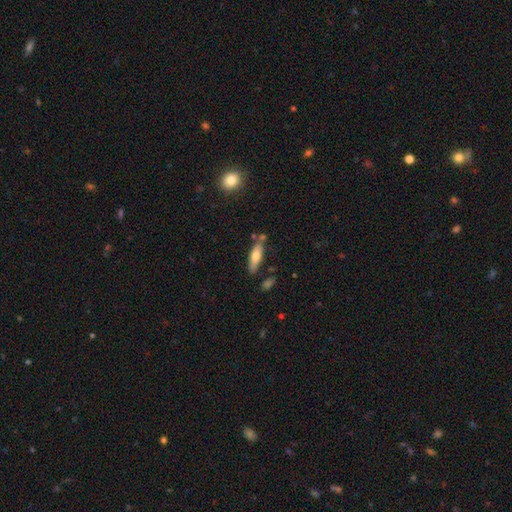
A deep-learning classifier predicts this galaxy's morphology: Smooth or featured: smooth — 68% (featured or disk — 26%)
How rounded: cigar-shaped — 51% (in between — 47%)
Merging: none — 70% (minor disturbance — 16%)